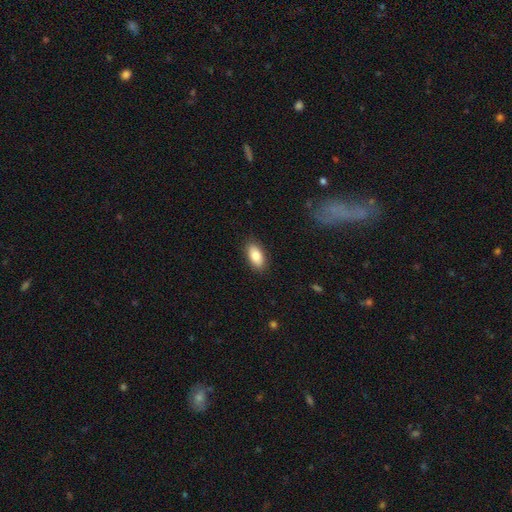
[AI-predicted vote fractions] smooth 83%, featured or disk 10%, star or artifact 7%. Down the decision tree: how rounded — in between (92%); merging — none (88%).